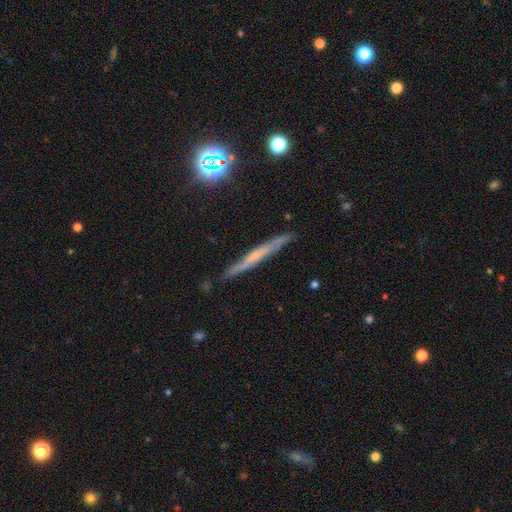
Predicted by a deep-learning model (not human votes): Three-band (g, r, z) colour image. It shows a featured or disk galaxy (58%) viewed edge-on (94%) with no central bulge (56%). Merging: none (86%).